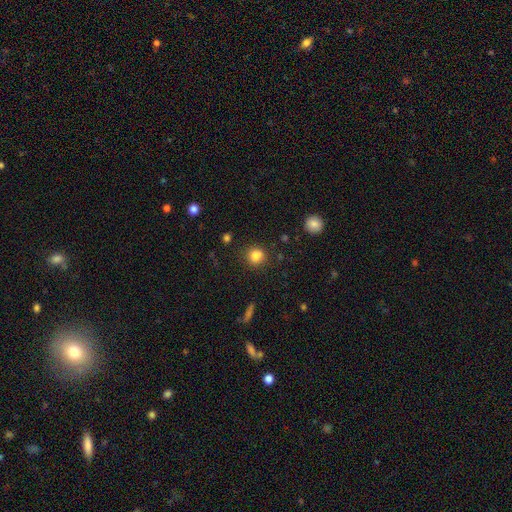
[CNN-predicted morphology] Q: Smooth or featured?
A: smooth (83%); runner-up: star or artifact (12%)
Q: How rounded?
A: round (80%); runner-up: in between (19%)
Q: Merging?
A: none (83%); runner-up: minor disturbance (11%)